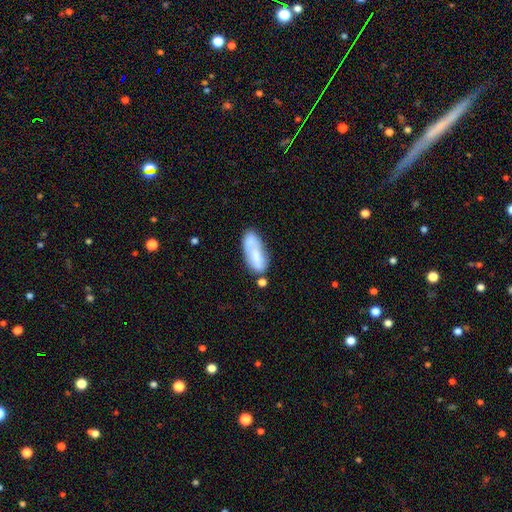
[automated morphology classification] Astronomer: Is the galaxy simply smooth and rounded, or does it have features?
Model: smooth — 59%.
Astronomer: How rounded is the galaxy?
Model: in between — 82%.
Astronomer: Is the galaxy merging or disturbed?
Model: none — 45% (runner-up: minor disturbance, 23%).